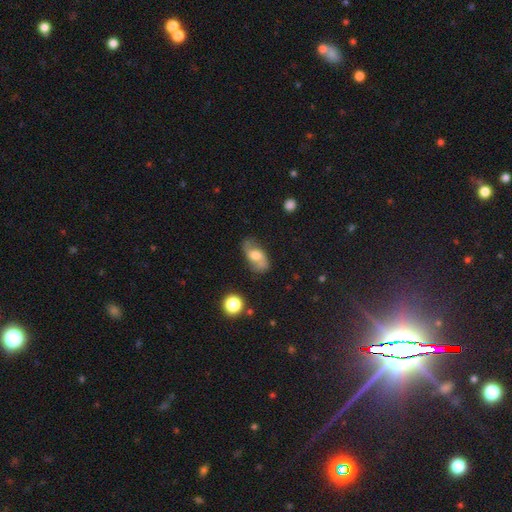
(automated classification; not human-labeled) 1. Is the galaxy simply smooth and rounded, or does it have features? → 54% featured or disk, 38% smooth, 8% star or artifact.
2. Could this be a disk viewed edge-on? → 92% no, 8% yes.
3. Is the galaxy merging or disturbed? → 69% none, 21% minor disturbance, 8% major disturbance, 3% merger.